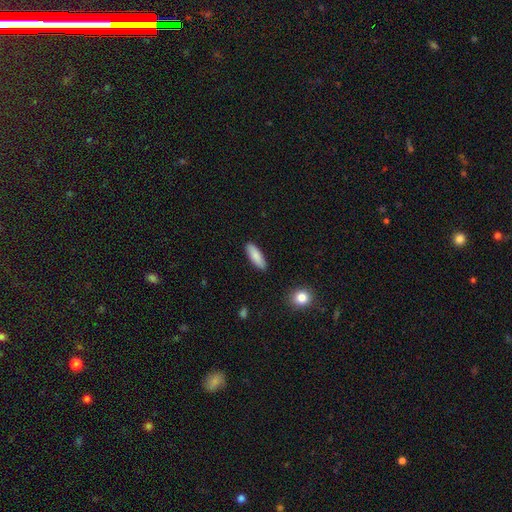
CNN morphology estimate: This appears to be a smooth galaxy with no disk features (86%) that is in between round and cigar-shaped (52%). Merging: none (89%).